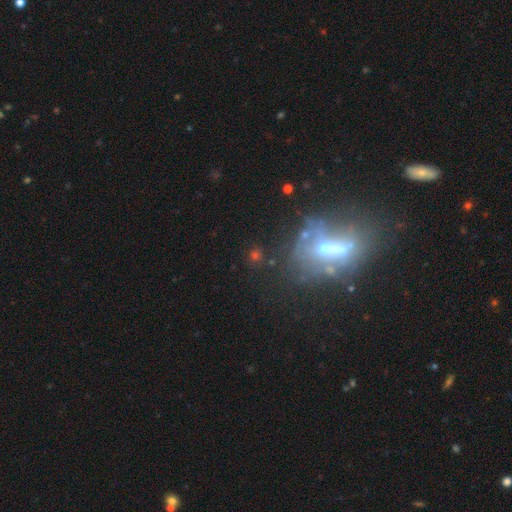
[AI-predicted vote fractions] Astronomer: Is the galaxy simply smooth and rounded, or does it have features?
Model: featured or disk — 43% (runner-up: star or artifact, 30%).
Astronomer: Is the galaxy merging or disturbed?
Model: none — 48%.